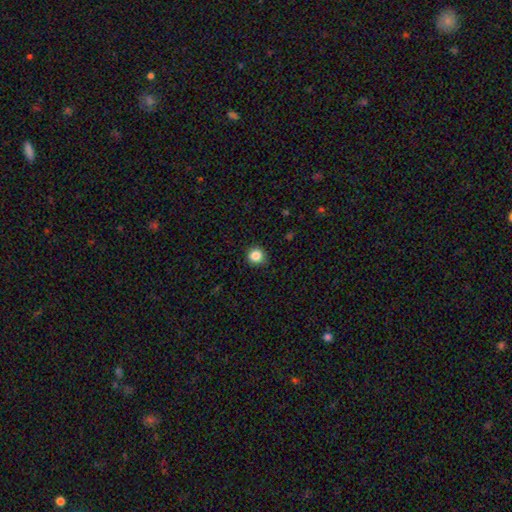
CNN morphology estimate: Q: Smooth or featured?
A: smooth (85%); runner-up: star or artifact (11%)
Q: How rounded?
A: round (92%); runner-up: in between (7%)
Q: Merging?
A: none (89%); runner-up: minor disturbance (8%)